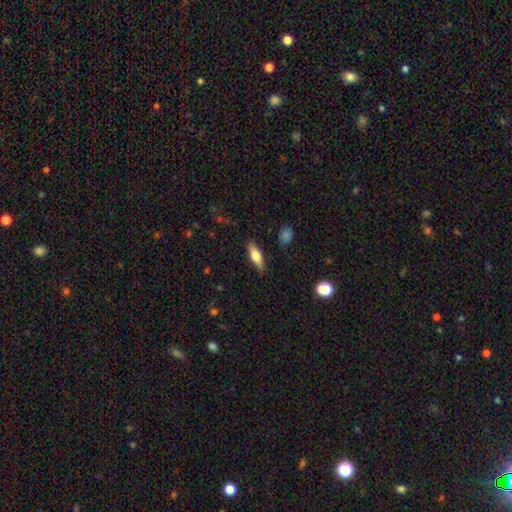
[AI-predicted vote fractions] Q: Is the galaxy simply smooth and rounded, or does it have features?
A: smooth — 61%.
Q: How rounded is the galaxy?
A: in between — 55%.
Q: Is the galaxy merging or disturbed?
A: none — 84%.